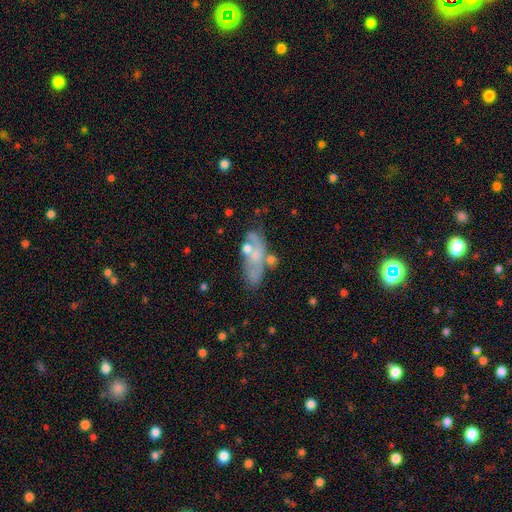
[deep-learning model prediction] Smooth or featured?
  - featured or disk: 48% *
  - smooth: 42%
  - star or artifact: 10%
Merging?
  - none: 48% *
  - minor disturbance: 22%
  - merger: 16%
  - major disturbance: 13%